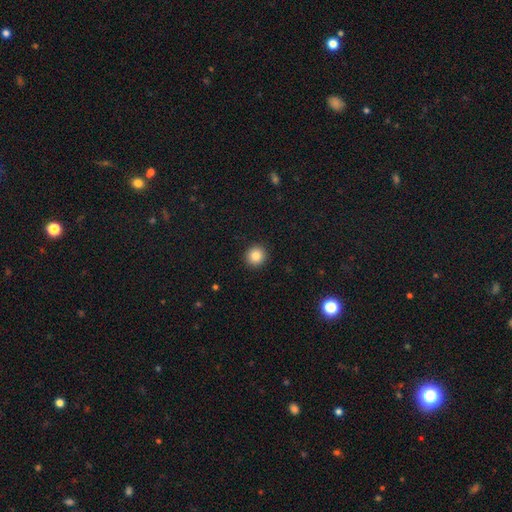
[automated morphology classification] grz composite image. It shows a smooth galaxy with no disk features (84%) that is round (94%). Merging: none (93%).